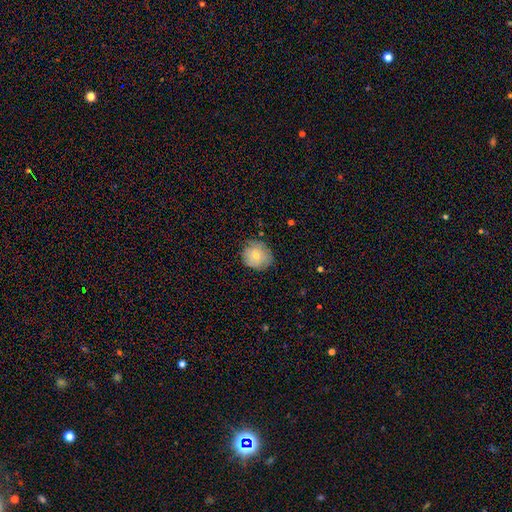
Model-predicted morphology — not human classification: type=smooth (65%); roundness=round (83%); merging=none (76%).